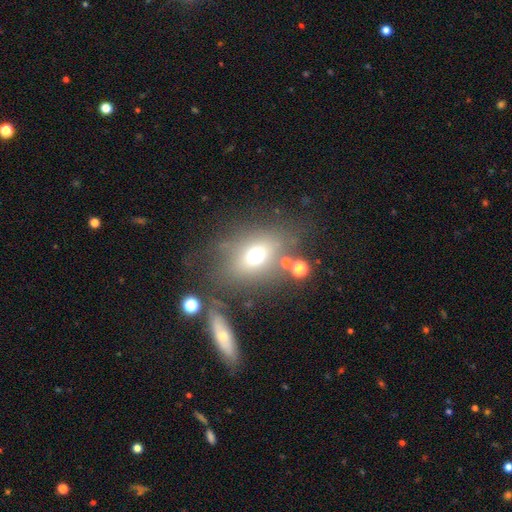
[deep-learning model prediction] smooth-or-featured: smooth: 60% | star or artifact: 21% | featured or disk: 19%
  how-rounded: in between: 51% | round: 47% | cigar-shaped: 2%
  merging: none: 63% | minor disturbance: 15% | major disturbance: 12% | merger: 10%